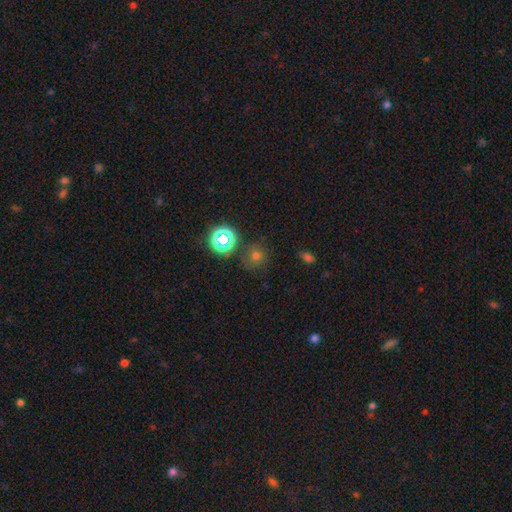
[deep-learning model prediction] smooth-or-featured: smooth: 65% | star or artifact: 26% | featured or disk: 9%
  how-rounded: round: 88% | in between: 11% | cigar-shaped: 1%
  merging: none: 79% | minor disturbance: 13% | major disturbance: 5% | merger: 4%